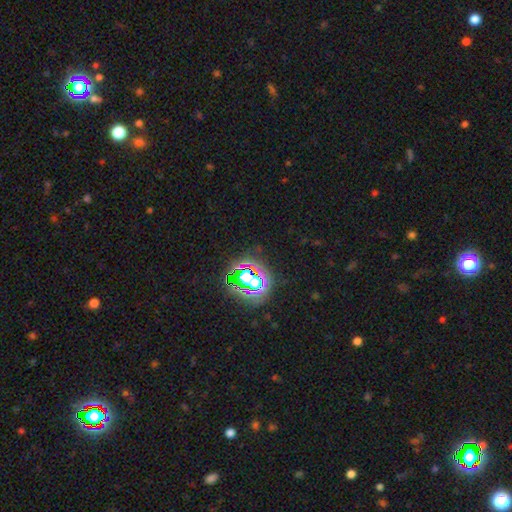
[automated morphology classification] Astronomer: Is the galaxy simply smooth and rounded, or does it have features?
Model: star or artifact — 78%.